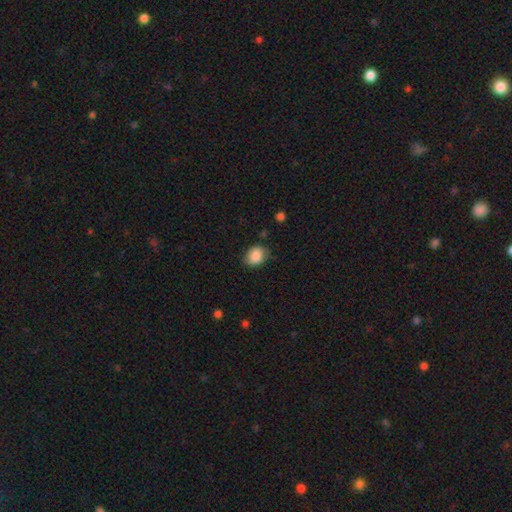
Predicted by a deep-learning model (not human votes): This appears to be a smooth galaxy with no disk features (86%) that is in between round and cigar-shaped (58%). Merging: none (73%).